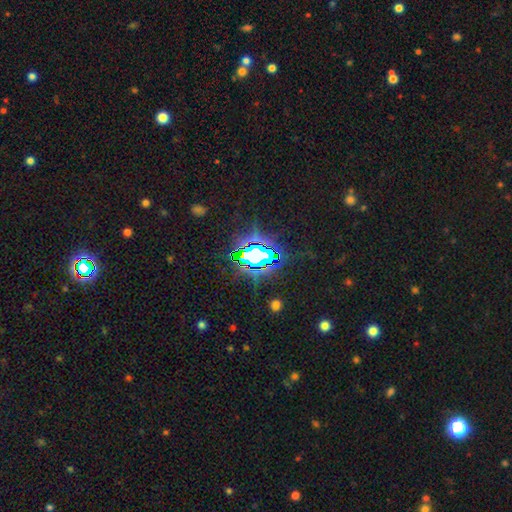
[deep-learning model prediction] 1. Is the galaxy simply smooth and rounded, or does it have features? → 78% star or artifact, 11% smooth, 11% featured or disk.